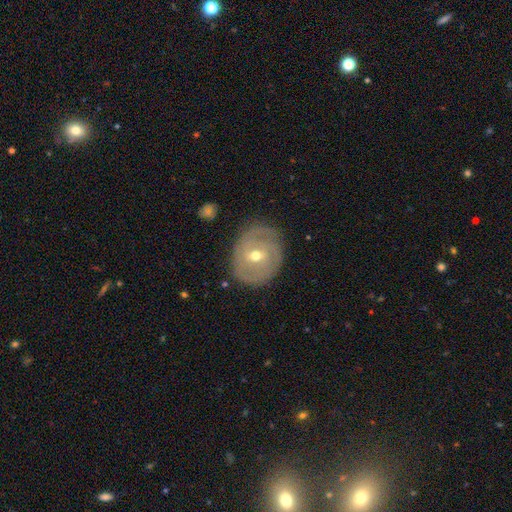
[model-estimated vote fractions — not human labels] The model was most divided on "bar": weak: 46%, no: 43%, strong: 11%. Remaining: edge-on disk — no (96%); spiral arms — yes (79%); merging — none (76%); smooth or featured — featured or disk (71%); spiral winding — tight (62%); bulge size — moderate (56%); spiral arm count — can't tell (37%).